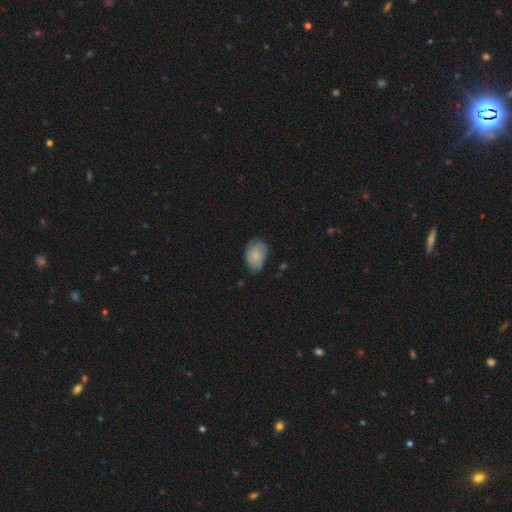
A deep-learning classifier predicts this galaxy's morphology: The model was most divided on "merging": none: 59%, minor disturbance: 32%, major disturbance: 7%, merger: 2%. More confident: how rounded — in between (79%); smooth or featured — smooth (78%).